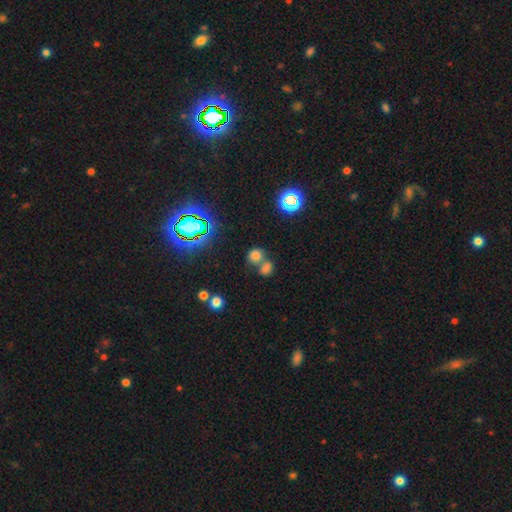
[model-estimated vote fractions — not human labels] Overall: smooth (66%). How rounded: round (75%). Merging: merger (49%; none 40%).